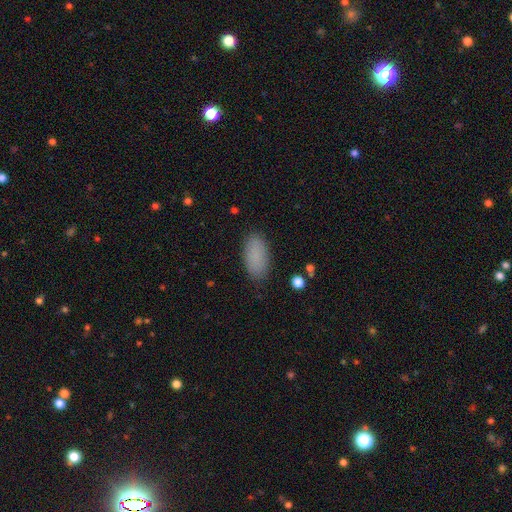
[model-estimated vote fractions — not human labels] smooth 88%, star or artifact 8%, featured or disk 4%. Down the decision tree: how rounded — in between (92%); merging — none (87%).